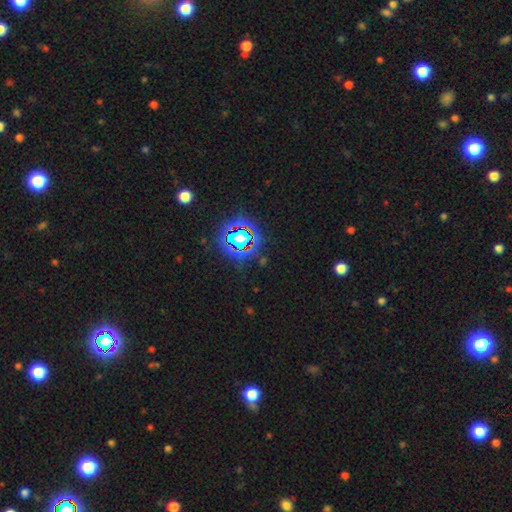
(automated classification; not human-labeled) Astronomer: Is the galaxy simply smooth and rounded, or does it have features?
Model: star or artifact — 82%.